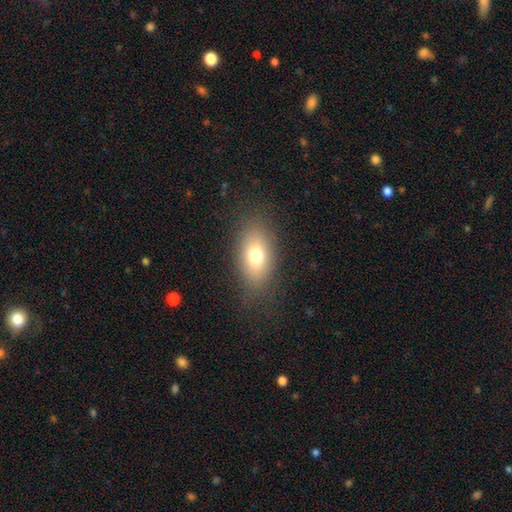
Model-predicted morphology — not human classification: Smooth or featured?
  - smooth: 72% *
  - featured or disk: 16%
  - star or artifact: 12%
How rounded?
  - in between: 83% *
  - round: 14%
  - cigar-shaped: 3%
Merging?
  - none: 79% *
  - minor disturbance: 13%
  - major disturbance: 7%
  - merger: 1%